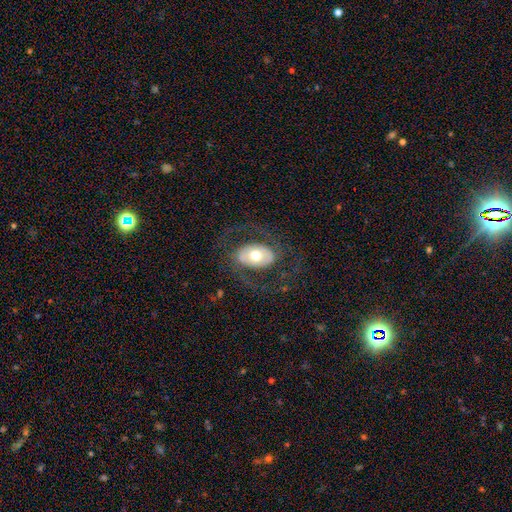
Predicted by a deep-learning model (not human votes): Smooth or featured? featured or disk (58%)
Edge-on disk? no (93%)
Bar? no (71%)
Spiral arms? no (53%)
Bulge size? moderate (67%)
Merging? none (73%)